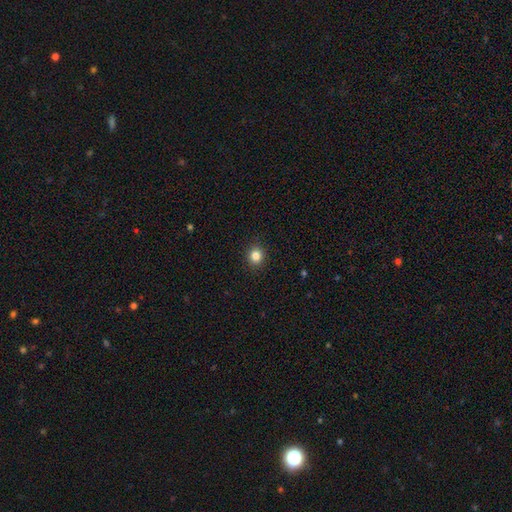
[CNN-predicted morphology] Smooth or featured? smooth (83%)
How rounded? round (85%)
Merging? none (92%)